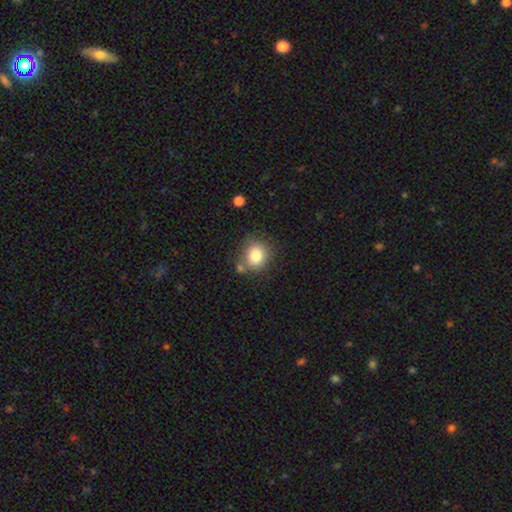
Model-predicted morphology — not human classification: smooth_or_featured: smooth (p=0.82) [alt: star or artifact p=0.10]
how_rounded: round (p=0.74) [alt: in between p=0.25]
merging: none (p=0.69) [alt: minor disturbance p=0.14]